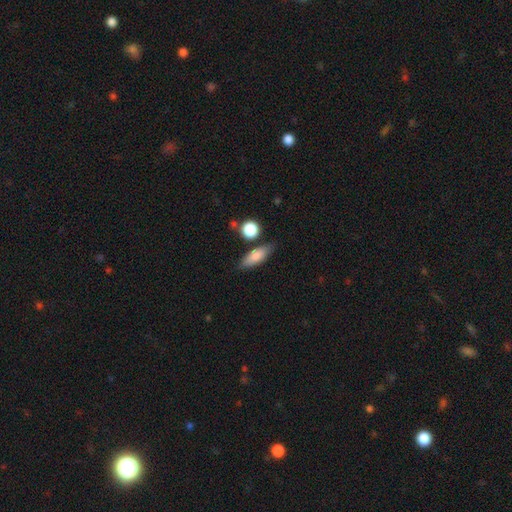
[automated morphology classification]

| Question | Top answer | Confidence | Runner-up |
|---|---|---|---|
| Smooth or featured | smooth | 76% | featured or disk (17%) |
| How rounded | in between | 61% | cigar-shaped (33%) |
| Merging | none | 73% | minor disturbance (16%) |